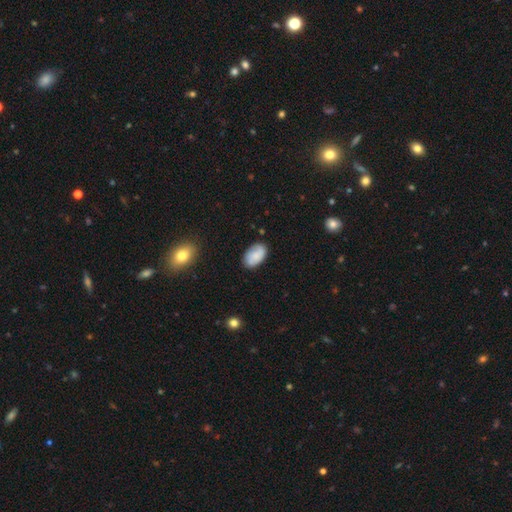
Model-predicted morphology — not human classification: Smooth or featured? Predicted: smooth (p=0.74). How rounded? Predicted: in between (p=0.92). Merging? Predicted: none (p=0.78).